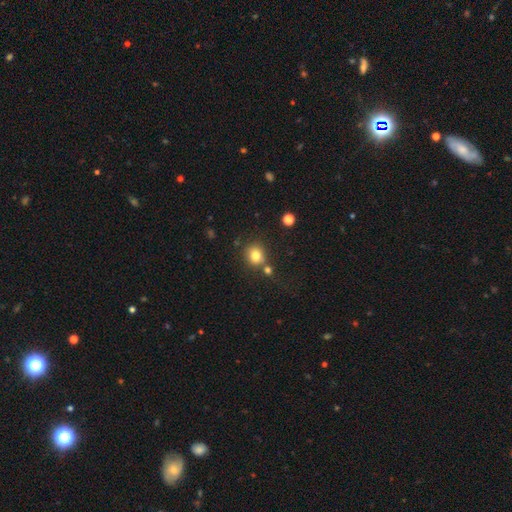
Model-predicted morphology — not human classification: smooth-or-featured: smooth: 80% | star or artifact: 12% | featured or disk: 8%
  how-rounded: round: 81% | in between: 18% | cigar-shaped: 1%
  merging: none: 68% | merger: 16% | minor disturbance: 11% | major disturbance: 4%